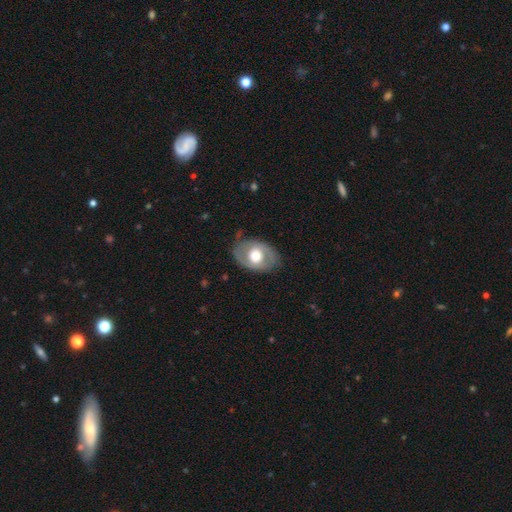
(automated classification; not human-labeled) Smooth or featured: featured or disk — 50% (smooth — 44%)
Edge-on disk: no — 93% (yes — 7%)
Merging: none — 73% (minor disturbance — 19%)